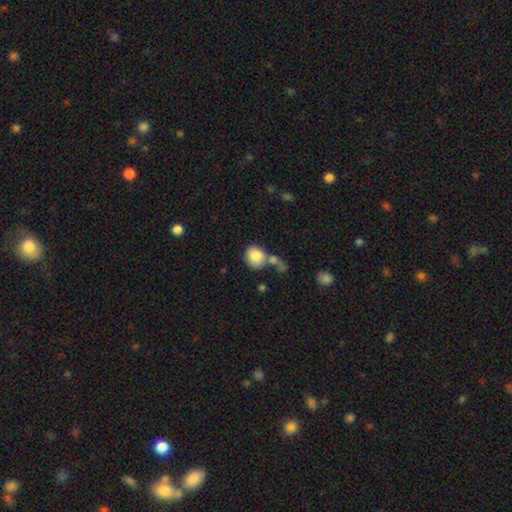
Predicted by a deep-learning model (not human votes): Overall: smooth (82%). How rounded: round (72%). Merging: none (41%; merger 35%).